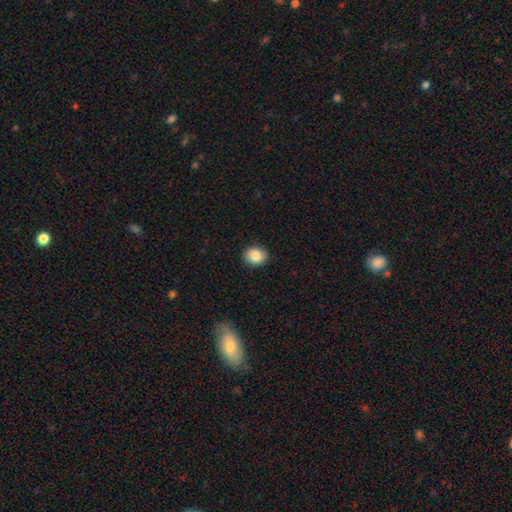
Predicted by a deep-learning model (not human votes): Overall: smooth (86%). How rounded: round (64%; in between 35%). Merging: none (90%).